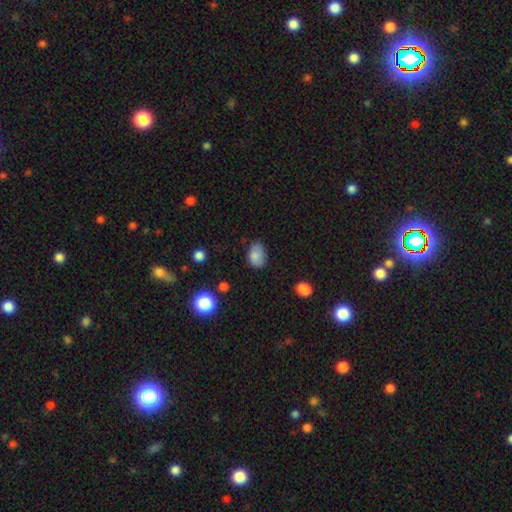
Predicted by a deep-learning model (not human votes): Smooth or featured? Predicted: smooth (p=0.82). How rounded? Predicted: in between (p=0.81). Merging? Predicted: none (p=0.66).